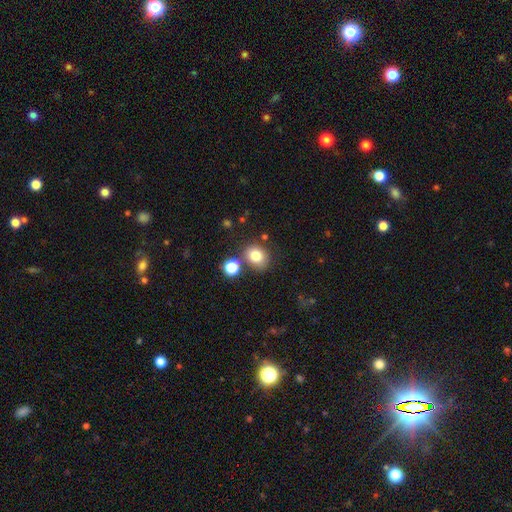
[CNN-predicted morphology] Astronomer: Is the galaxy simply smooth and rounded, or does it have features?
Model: smooth — 80%.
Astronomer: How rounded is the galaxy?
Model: round — 63%.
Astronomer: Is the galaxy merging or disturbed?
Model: none — 70%.